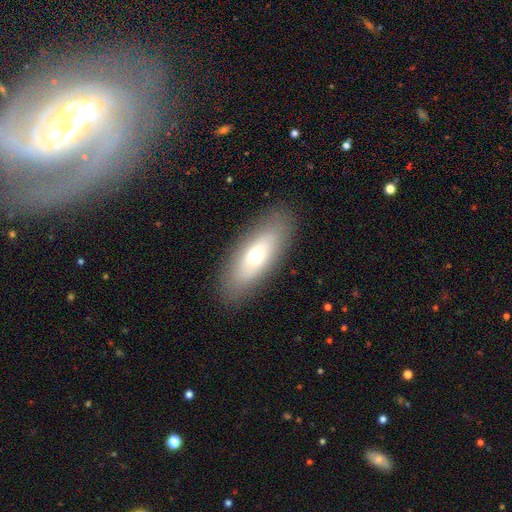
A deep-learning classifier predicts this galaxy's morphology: Smooth or featured: smooth — 61% (featured or disk — 32%)
How rounded: in between — 73% (cigar-shaped — 24%)
Merging: none — 86% (minor disturbance — 10%)